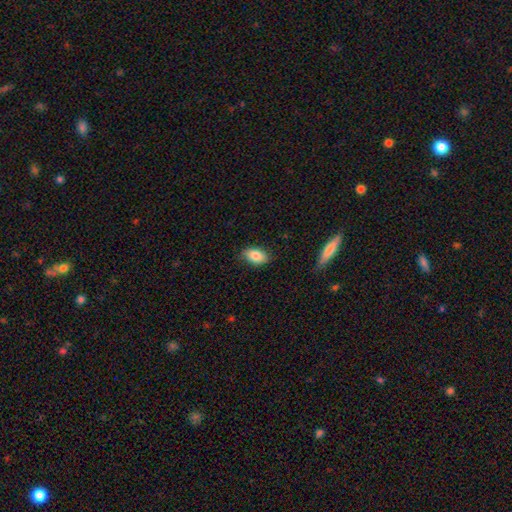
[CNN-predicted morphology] Overall: smooth (84%). How rounded: in between (90%). Merging: none (83%).